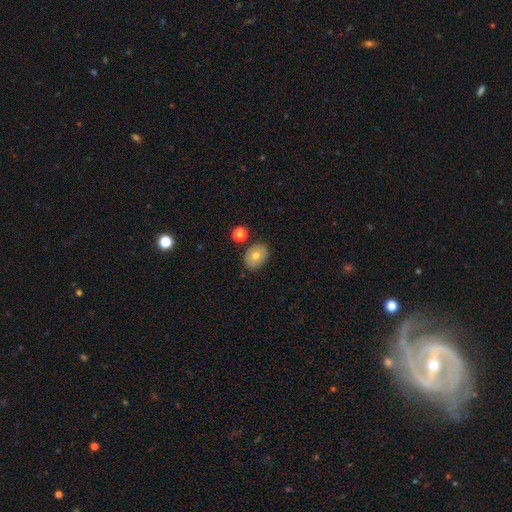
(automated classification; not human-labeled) A smooth galaxy with no disk features (71%) that is in between round and cigar-shaped (62%).

Vote fractions:
- Smooth or featured? smooth: 71% / featured or disk: 20% / star or artifact: 9%
- How rounded? in between: 62% / round: 37% / cigar-shaped: 1%
- Merging? none: 82% / minor disturbance: 10% / merger: 5% / major disturbance: 2%